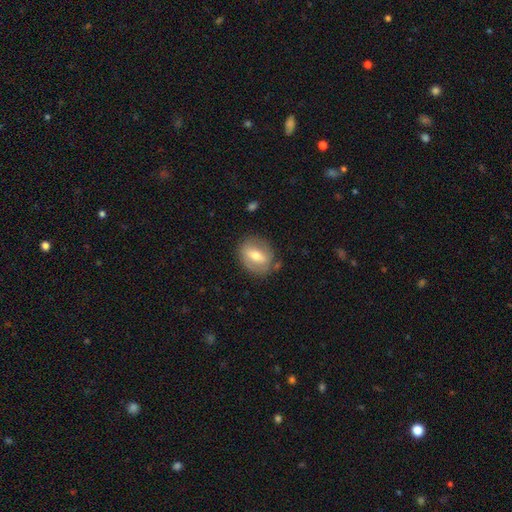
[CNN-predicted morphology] Q: Smooth or featured?
A: smooth (51%); runner-up: featured or disk (42%)
Q: How rounded?
A: in between (54%); runner-up: round (43%)
Q: Merging?
A: none (77%); runner-up: minor disturbance (16%)